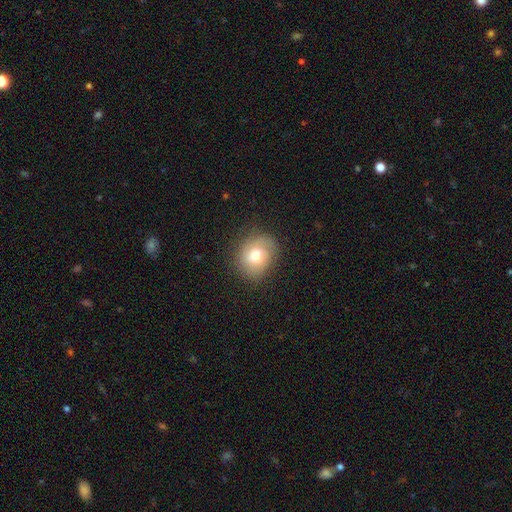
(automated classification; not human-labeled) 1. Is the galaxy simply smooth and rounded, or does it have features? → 65% smooth, 25% featured or disk, 9% star or artifact.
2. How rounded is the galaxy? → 62% round, 37% in between, 1% cigar-shaped.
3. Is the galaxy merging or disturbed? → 74% none, 18% minor disturbance, 6% major disturbance, 1% merger.